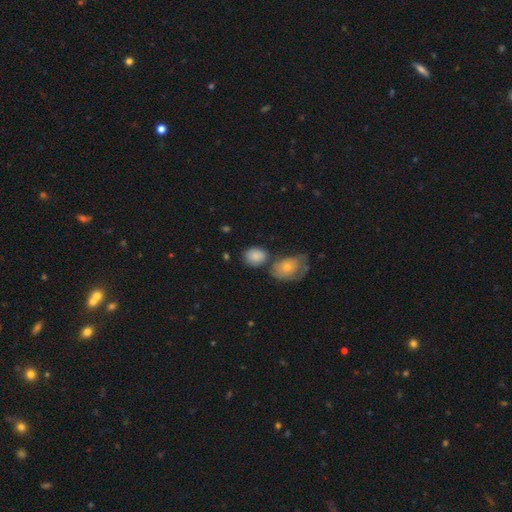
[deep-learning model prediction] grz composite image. It shows a smooth galaxy with no disk features (83%) that is in between round and cigar-shaped (52%). Merging: none (55%).